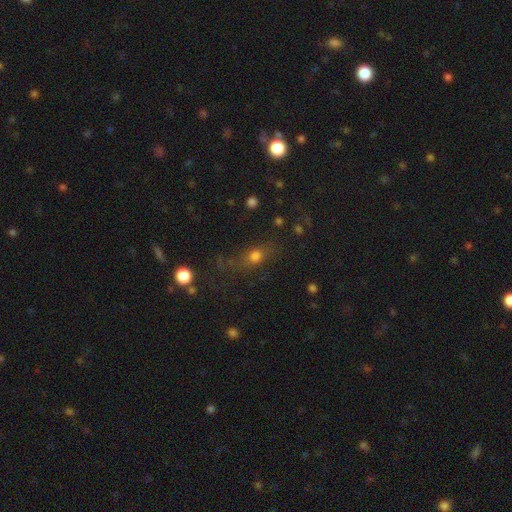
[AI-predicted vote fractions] smooth-or-featured: smooth: 66% | star or artifact: 18% | featured or disk: 16%
  how-rounded: in between: 52% | round: 33% | cigar-shaped: 15%
  merging: none: 64% | minor disturbance: 18% | major disturbance: 13% | merger: 4%